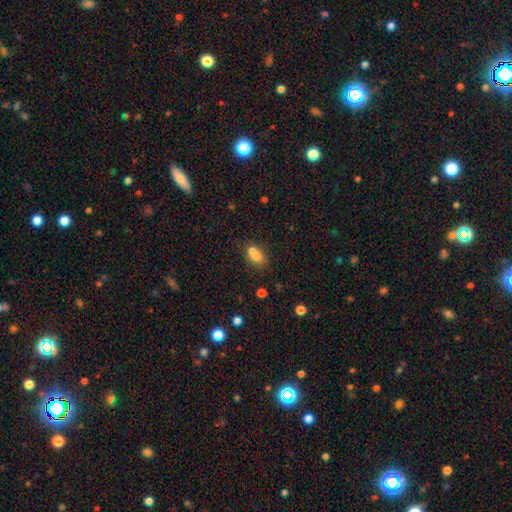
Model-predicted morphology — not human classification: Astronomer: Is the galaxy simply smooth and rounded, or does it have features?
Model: smooth — 72%.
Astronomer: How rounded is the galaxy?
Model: in between — 66%.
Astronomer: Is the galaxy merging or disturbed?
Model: merger — 48% (runner-up: none, 37%).